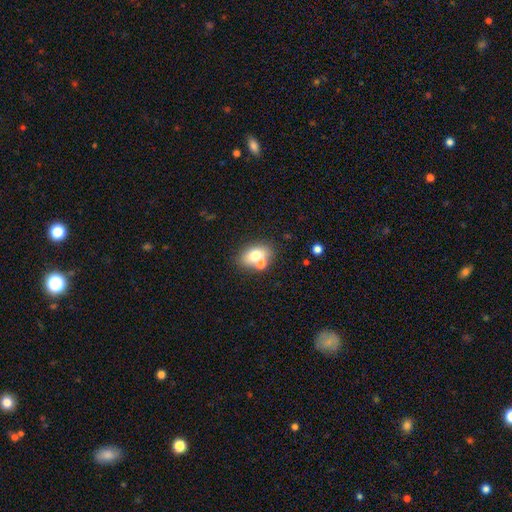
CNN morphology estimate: type=smooth (70%); roundness=in between (76%); merging=none (56%).